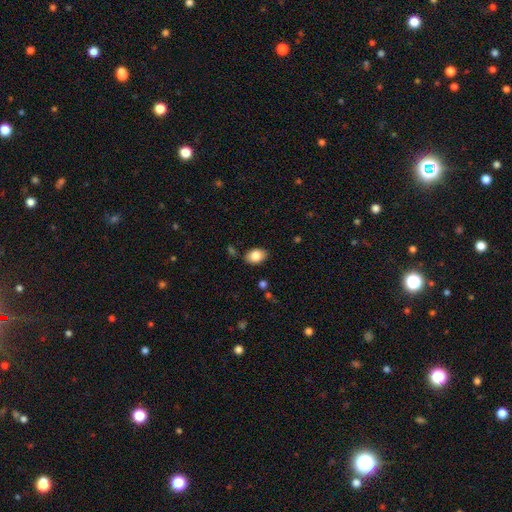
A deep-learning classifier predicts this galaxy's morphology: Overall: smooth (85%). How rounded: in between (84%). Merging: none (84%).